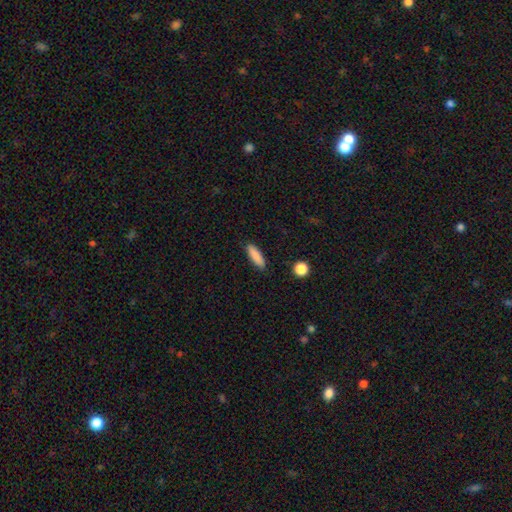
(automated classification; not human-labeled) The model was most divided on "how rounded": cigar-shaped: 63%, in between: 36%, round: 2%. More confident: merging — none (88%); smooth or featured — smooth (86%).